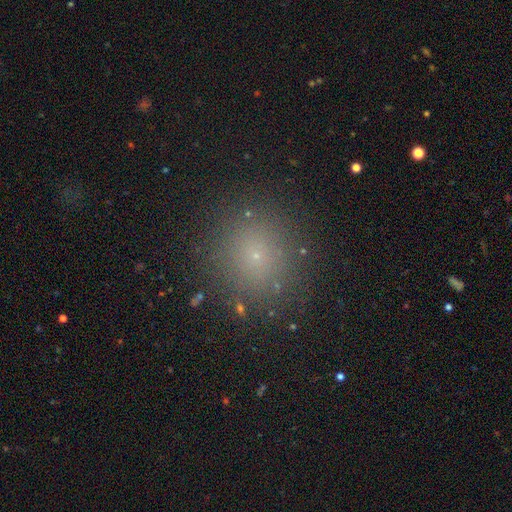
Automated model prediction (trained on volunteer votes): A smooth galaxy with no disk features (66%) that is round (90%).

Vote fractions:
- Smooth or featured? smooth: 66% / star or artifact: 26% / featured or disk: 8%
- How rounded? round: 90% / in between: 9% / cigar-shaped: 1%
- Merging? none: 89% / minor disturbance: 7% / major disturbance: 3% / merger: 1%